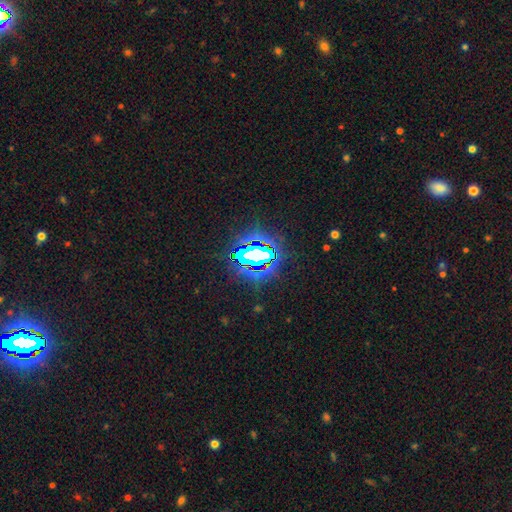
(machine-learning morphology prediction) The model was most divided on "smooth or featured": star or artifact: 75%, smooth: 13%, featured or disk: 12%.